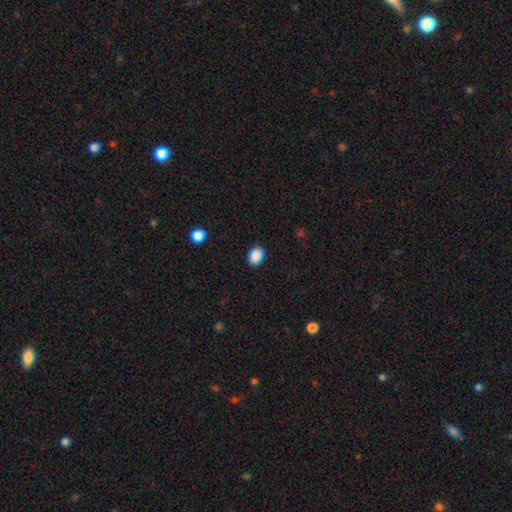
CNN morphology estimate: Smooth or featured?
  - smooth: 89% *
  - star or artifact: 8%
  - featured or disk: 2%
How rounded?
  - in between: 69% *
  - round: 30%
  - cigar-shaped: 1%
Merging?
  - none: 90% *
  - minor disturbance: 7%
  - major disturbance: 2%
  - merger: 1%